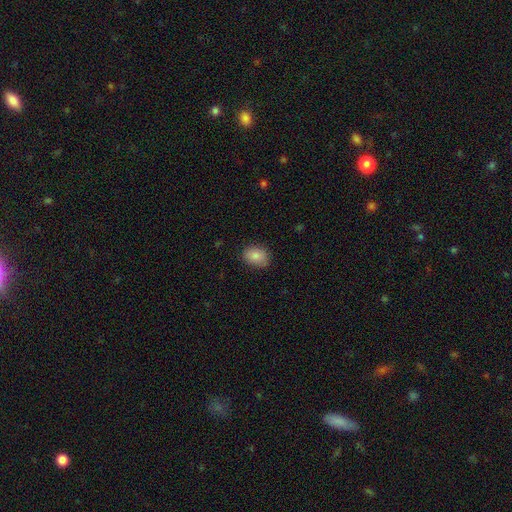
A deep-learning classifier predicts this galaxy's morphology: Overall: smooth (86%). How rounded: in between (70%). Merging: none (83%).